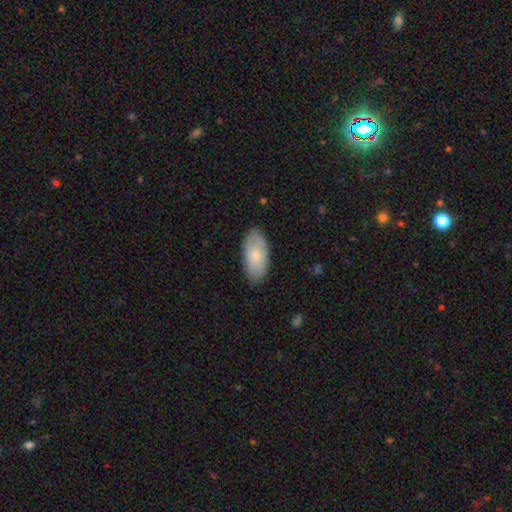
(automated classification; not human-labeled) Smooth or featured?
  - smooth: 73% *
  - featured or disk: 21%
  - star or artifact: 6%
How rounded?
  - in between: 94% *
  - cigar-shaped: 3%
  - round: 3%
Merging?
  - none: 84% *
  - minor disturbance: 12%
  - major disturbance: 2%
  - merger: 1%